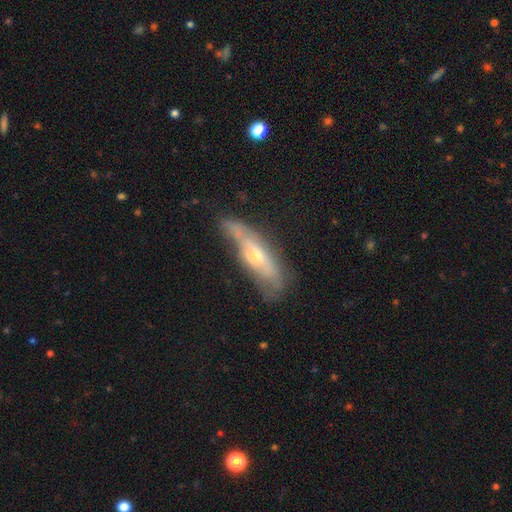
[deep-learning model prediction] A featured or disk galaxy (61%). Merging: none (50%).